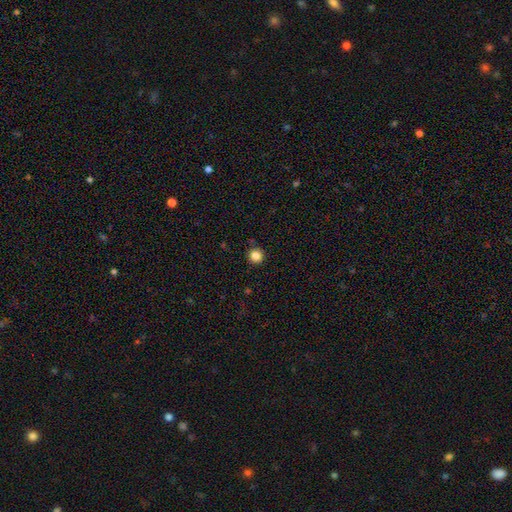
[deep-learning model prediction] A smooth galaxy with no disk features (84%) that is round (95%).

Vote fractions:
- Smooth or featured? smooth: 84% / star or artifact: 12% / featured or disk: 4%
- How rounded? round: 95% / in between: 4% / cigar-shaped: 1%
- Merging? none: 91% / minor disturbance: 6% / major disturbance: 2% / merger: 2%